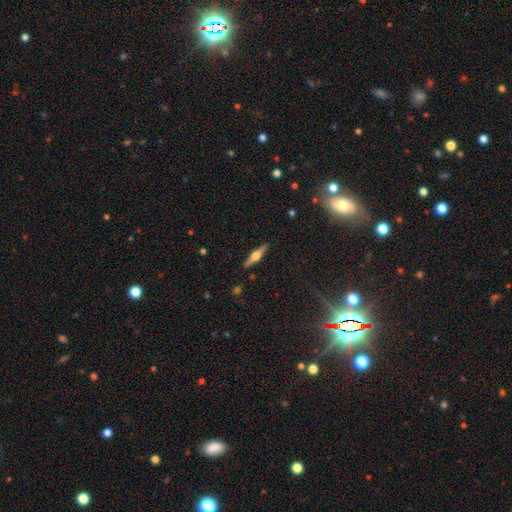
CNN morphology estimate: featured or disk 65%, smooth 29%, star or artifact 6%. Down the decision tree: edge-on disk — yes (97%); edge-on bulge — rounded (91%); merging — none (90%).